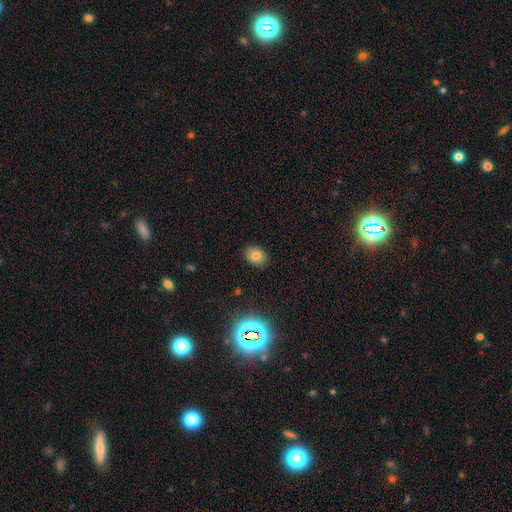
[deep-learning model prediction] This appears to be a smooth galaxy with no disk features (77%) that is in between round and cigar-shaped (66%). Merging: none (88%).